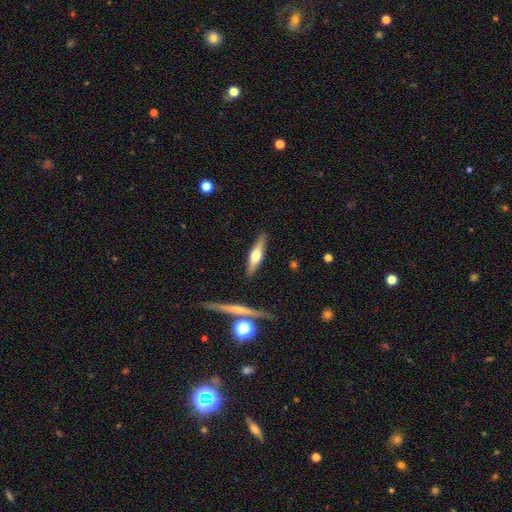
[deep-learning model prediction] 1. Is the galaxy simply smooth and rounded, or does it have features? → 58% featured or disk, 36% smooth, 6% star or artifact.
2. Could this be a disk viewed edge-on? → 95% yes, 5% no.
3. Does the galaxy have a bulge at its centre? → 89% rounded, 7% boxy, 4% none.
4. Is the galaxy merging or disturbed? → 87% none, 9% minor disturbance, 2% merger, 2% major disturbance.